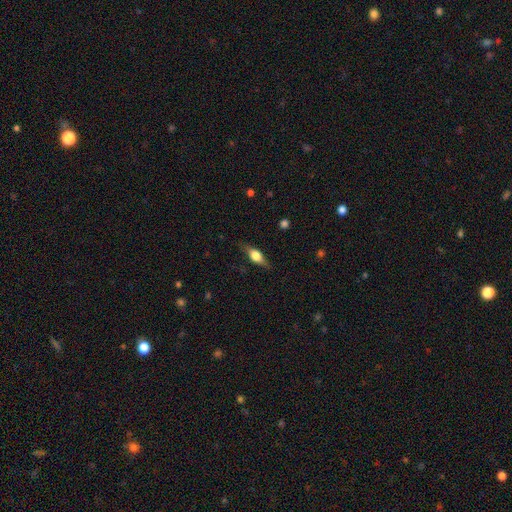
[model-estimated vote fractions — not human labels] Smooth or featured? Predicted: smooth (p=0.48). Merging? Predicted: none (p=0.79).